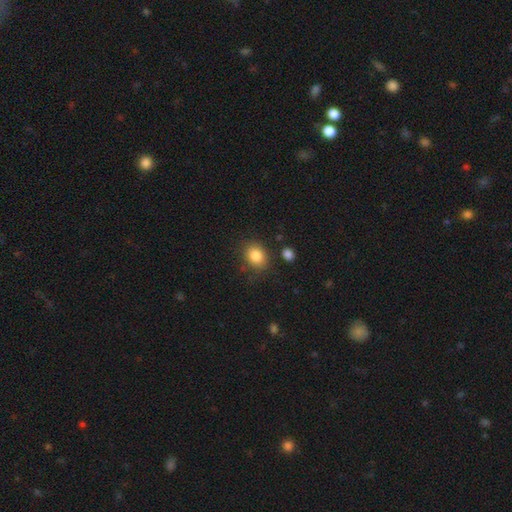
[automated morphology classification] Smooth or featured? Predicted: smooth (p=0.85). How rounded? Predicted: round (p=0.51). Merging? Predicted: none (p=0.78).